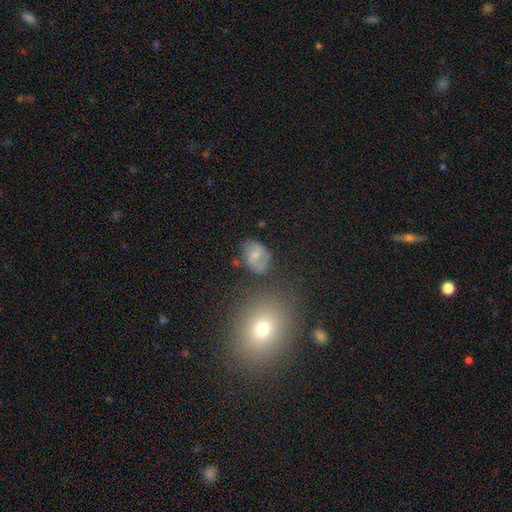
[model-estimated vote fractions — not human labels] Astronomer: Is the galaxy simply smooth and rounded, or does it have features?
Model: smooth — 51% (runner-up: featured or disk, 38%).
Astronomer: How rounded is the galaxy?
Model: in between — 62%.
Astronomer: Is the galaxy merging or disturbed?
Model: none — 60%.